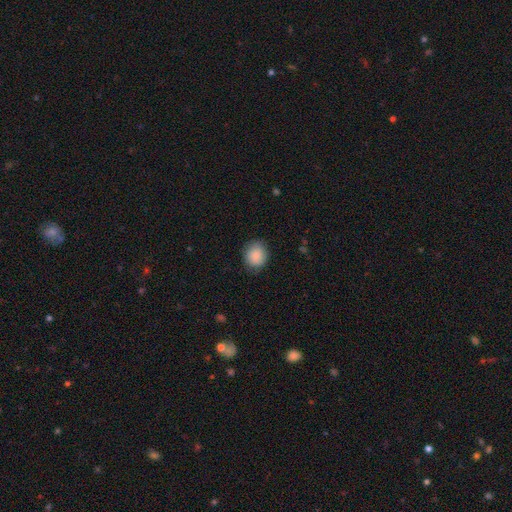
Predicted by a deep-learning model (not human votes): Smooth or featured? Predicted: smooth (p=0.88). How rounded? Predicted: round (p=0.74). Merging? Predicted: none (p=0.80).